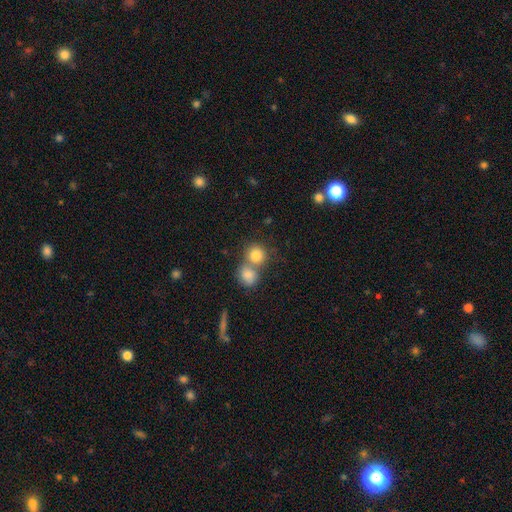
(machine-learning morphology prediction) This appears to be a smooth galaxy with no disk features (80%) that is round (84%). Merging: merger (47%).